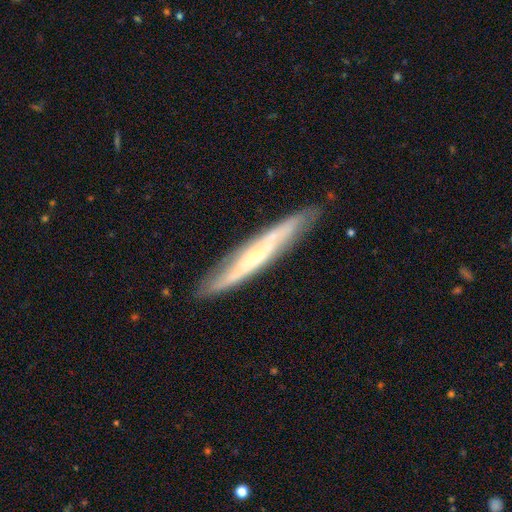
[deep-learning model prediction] smooth-or-featured: featured or disk: 70% | smooth: 24% | star or artifact: 6%
  disk-edge-on: yes: 69% | no: 31%
  merging: none: 84% | minor disturbance: 12% | major disturbance: 3% | merger: 1%